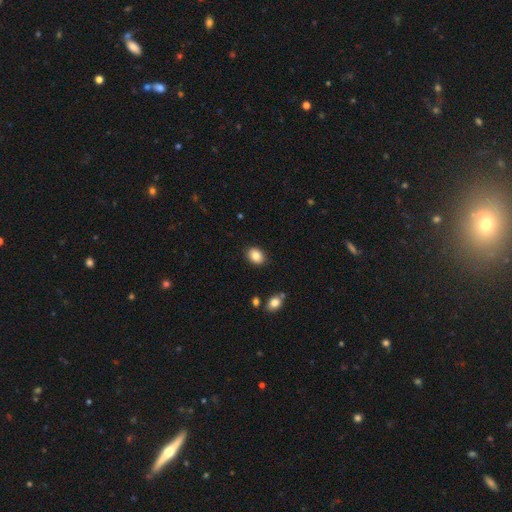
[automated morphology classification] type=smooth (85%); roundness=in between (68%); merging=none (88%).